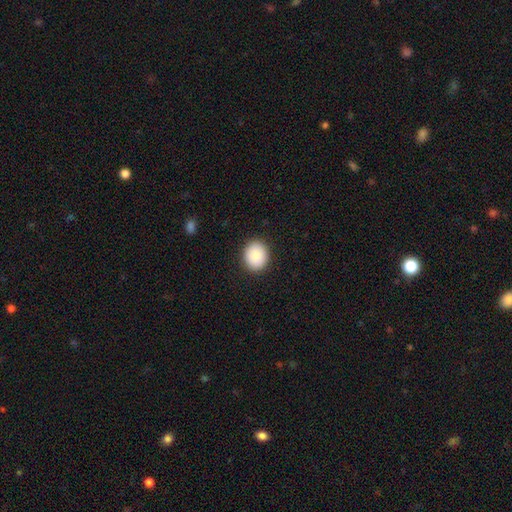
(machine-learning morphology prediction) A smooth galaxy with no disk features (84%) that is round (68%).

Vote fractions:
- Smooth or featured? smooth: 84% / featured or disk: 8% / star or artifact: 8%
- How rounded? round: 68% / in between: 31% / cigar-shaped: 1%
- Merging? none: 91% / minor disturbance: 7% / major disturbance: 2% / merger: 1%